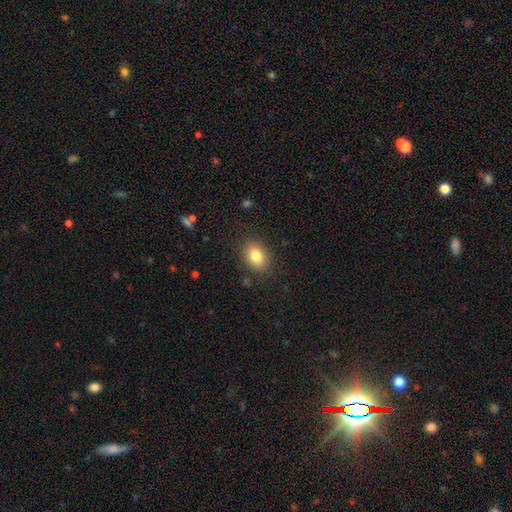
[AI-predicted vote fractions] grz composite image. It shows a smooth galaxy with no disk features (83%) that is in between round and cigar-shaped (71%). Merging: none (85%).